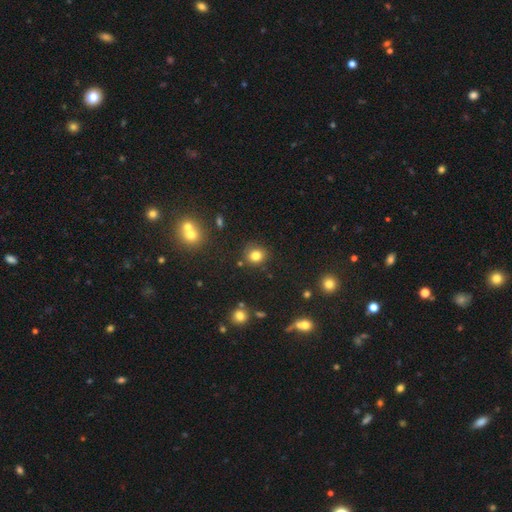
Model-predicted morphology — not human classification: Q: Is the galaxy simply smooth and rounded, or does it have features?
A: smooth — 80%.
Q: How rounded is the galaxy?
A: round — 81%.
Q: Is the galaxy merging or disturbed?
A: none — 83%.